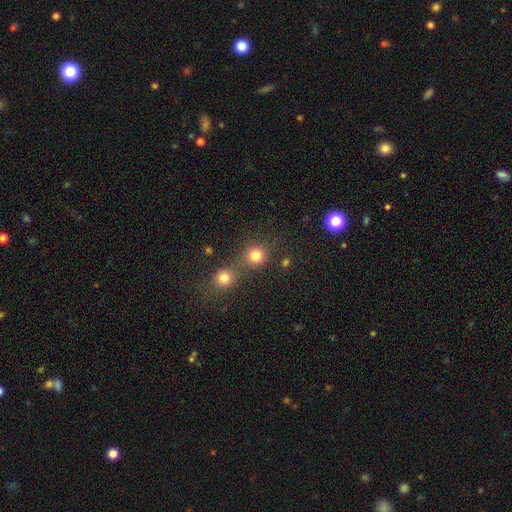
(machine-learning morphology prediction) Q: Smooth or featured?
A: smooth (80%); runner-up: star or artifact (14%)
Q: How rounded?
A: round (90%); runner-up: in between (9%)
Q: Merging?
A: none (57%); runner-up: merger (32%)